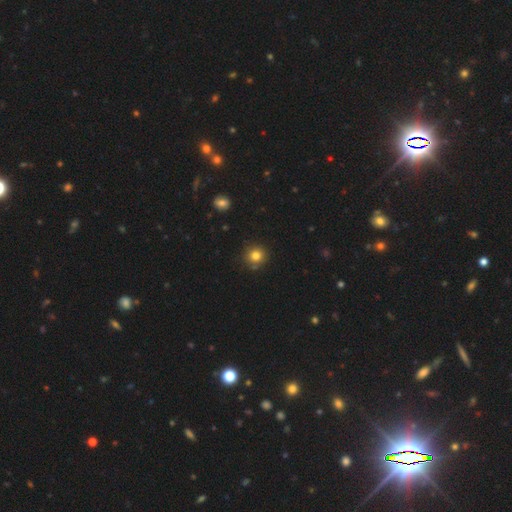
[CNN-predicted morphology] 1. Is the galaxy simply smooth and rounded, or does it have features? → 81% smooth, 12% star or artifact, 7% featured or disk.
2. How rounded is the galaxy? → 91% round, 8% in between, 1% cigar-shaped.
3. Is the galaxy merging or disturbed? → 85% none, 10% minor disturbance, 3% merger, 2% major disturbance.